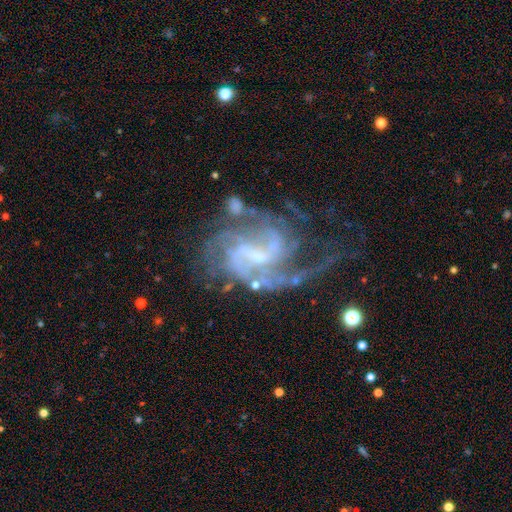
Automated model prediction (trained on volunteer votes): Overall: featured or disk (89%). Edge-on disk: no (98%). Bar: weak (54%; no 23%). Spiral arms: yes (96%). Spiral arm count: 2 (32%; can't tell 21%). Spiral winding: medium (49%; tight 28%). Bulge size: small (67%). Merging: none (44%; major disturbance 31%).